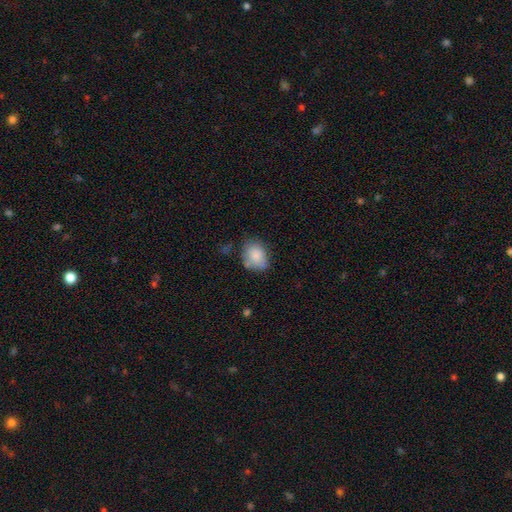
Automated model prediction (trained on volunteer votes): smooth-or-featured: smooth: 83% | featured or disk: 10% | star or artifact: 8%
  how-rounded: in between: 56% | round: 43% | cigar-shaped: 1%
  merging: none: 64% | minor disturbance: 24% | major disturbance: 6% | merger: 6%